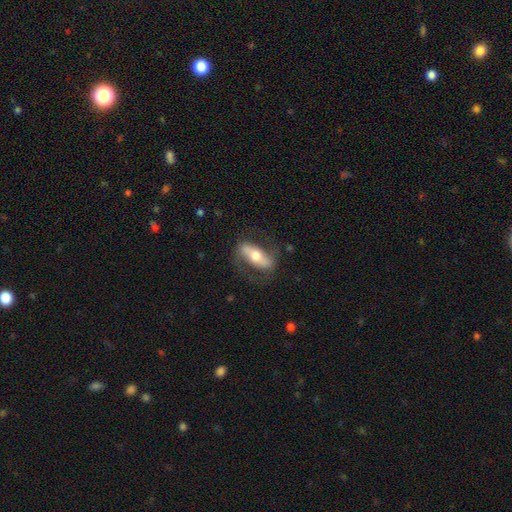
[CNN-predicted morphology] type=featured or disk (60%); edge-on=no (70%); merging=none (72%).